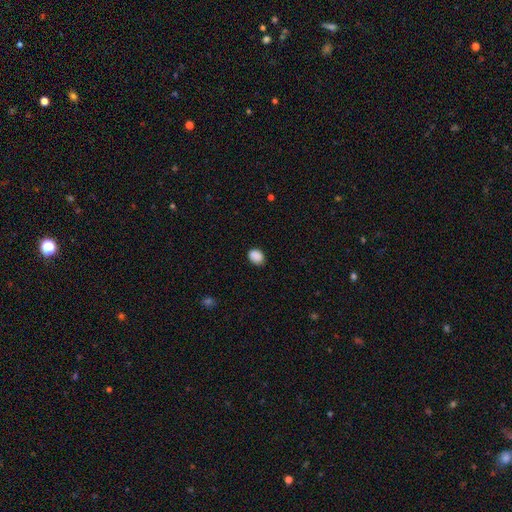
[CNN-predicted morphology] A smooth galaxy with no disk features (88%) that is in between round and cigar-shaped (65%).

Vote fractions:
- Smooth or featured? smooth: 88% / star or artifact: 8% / featured or disk: 3%
- How rounded? in between: 65% / round: 34% / cigar-shaped: 1%
- Merging? none: 80% / minor disturbance: 16% / major disturbance: 3% / merger: 1%